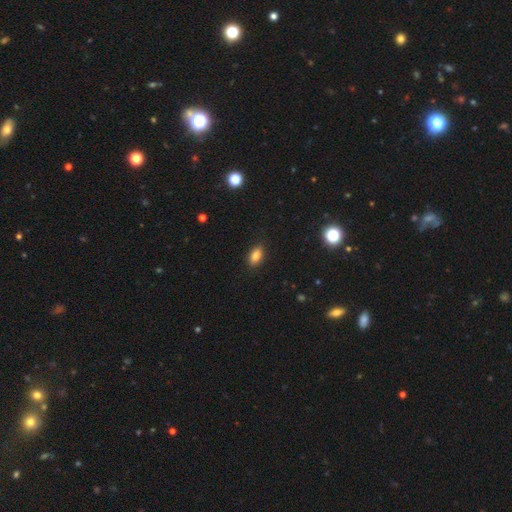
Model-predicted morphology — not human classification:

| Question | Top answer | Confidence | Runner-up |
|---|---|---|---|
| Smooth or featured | smooth | 82% | star or artifact (10%) |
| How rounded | in between | 88% | round (7%) |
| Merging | none | 88% | minor disturbance (9%) |